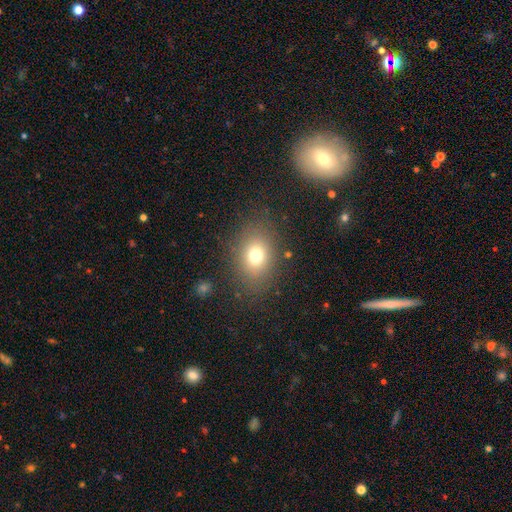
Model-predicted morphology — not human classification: This appears to be a smooth galaxy with no disk features (74%) that is in between round and cigar-shaped (63%). Merging: none (82%).